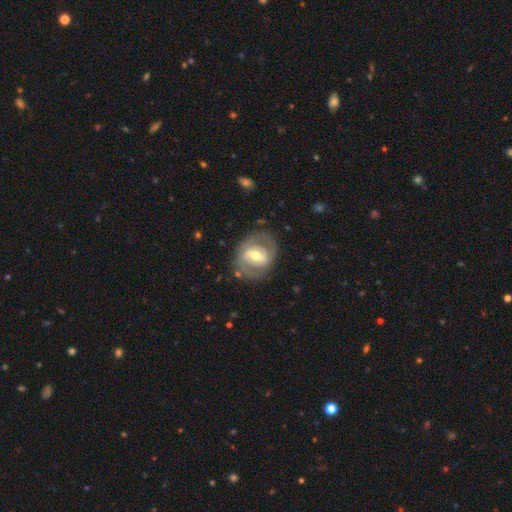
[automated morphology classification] featured or disk 71%, smooth 24%, star or artifact 5%. Down the decision tree: edge-on disk — no (96%); bar — weak (42%); spiral arms — yes (65%); bulge size — moderate (69%); merging — none (74%).